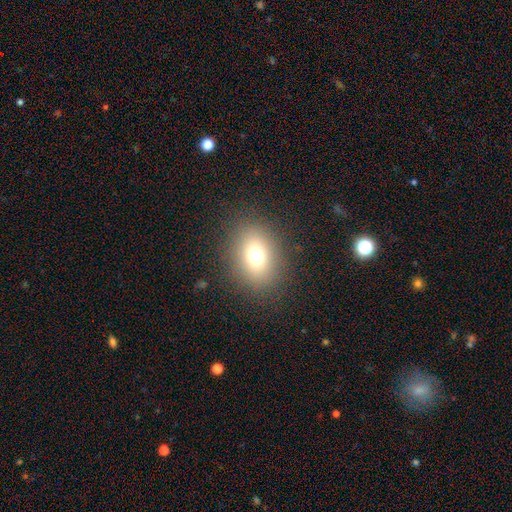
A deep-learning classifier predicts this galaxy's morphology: Overall: smooth (72%). How rounded: in between (52%; round 47%). Merging: none (86%).